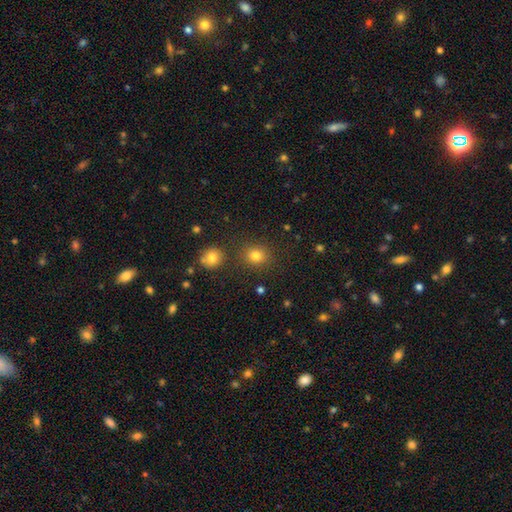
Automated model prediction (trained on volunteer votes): Smooth or featured? Predicted: smooth (p=0.80). How rounded? Predicted: round (p=0.76). Merging? Predicted: none (p=0.82).